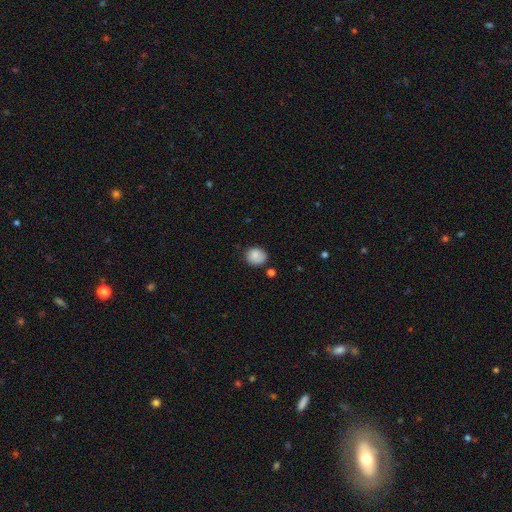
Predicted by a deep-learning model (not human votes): The model was most divided on "how rounded": round: 76%, in between: 23%, cigar-shaped: 1%. More confident: smooth or featured — smooth (84%); merging — none (77%).